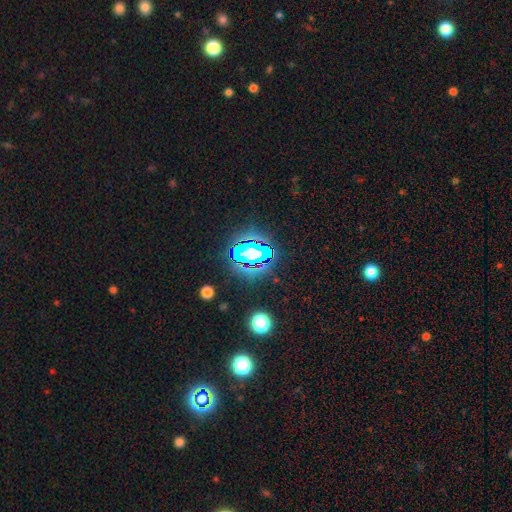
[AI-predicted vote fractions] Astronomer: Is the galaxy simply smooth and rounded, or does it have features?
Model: star or artifact — 81%.